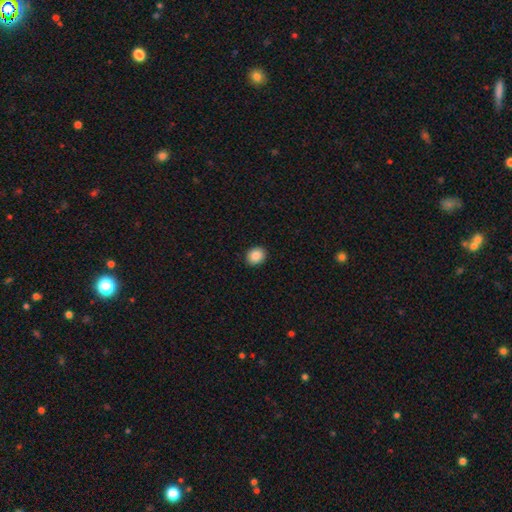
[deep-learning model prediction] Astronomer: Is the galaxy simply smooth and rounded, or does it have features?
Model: smooth — 88%.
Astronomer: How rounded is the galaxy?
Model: round — 64%.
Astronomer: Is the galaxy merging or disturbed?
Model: none — 91%.